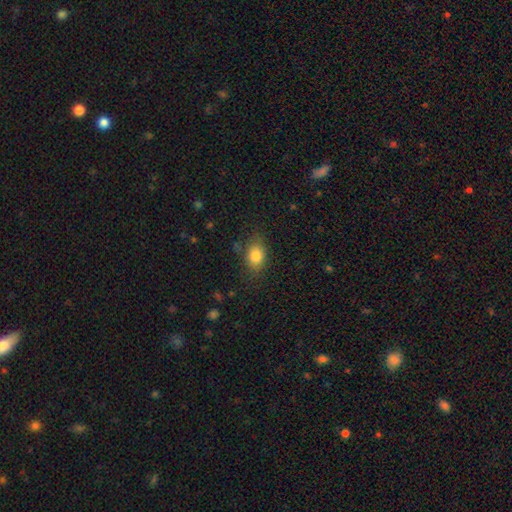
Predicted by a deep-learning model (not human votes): Smooth or featured: smooth — 83% (star or artifact — 9%)
How rounded: in between — 76% (round — 23%)
Merging: none — 76% (minor disturbance — 16%)